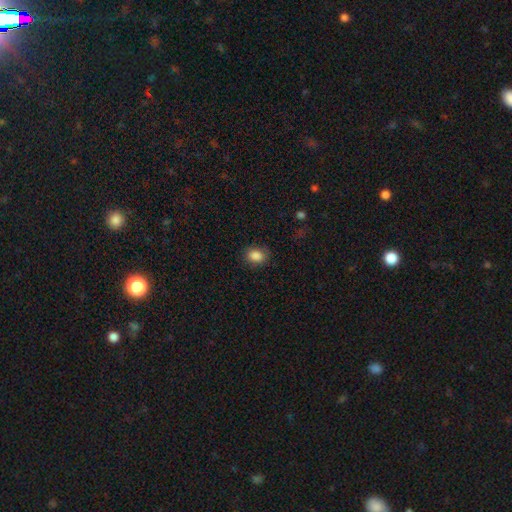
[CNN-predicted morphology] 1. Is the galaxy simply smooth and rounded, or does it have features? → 87% smooth, 9% star or artifact, 4% featured or disk.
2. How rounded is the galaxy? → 62% in between, 36% round, 1% cigar-shaped.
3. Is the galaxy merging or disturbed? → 82% none, 13% minor disturbance, 4% major disturbance, 1% merger.